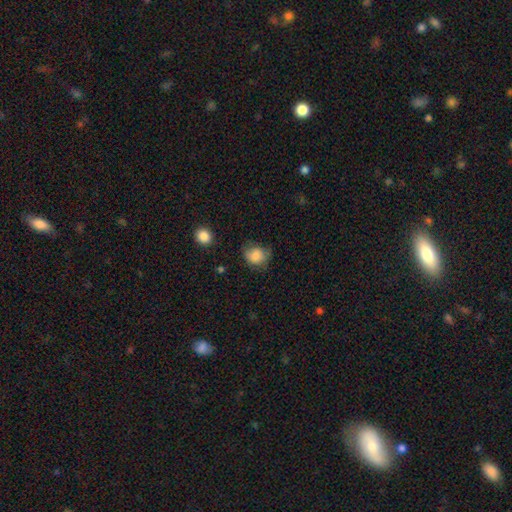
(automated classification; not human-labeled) A smooth galaxy with no disk features (83%) that is round (62%).

Vote fractions:
- Smooth or featured? smooth: 83% / star or artifact: 9% / featured or disk: 8%
- How rounded? round: 62% / in between: 37% / cigar-shaped: 1%
- Merging? none: 52% / minor disturbance: 33% / major disturbance: 13% / merger: 2%